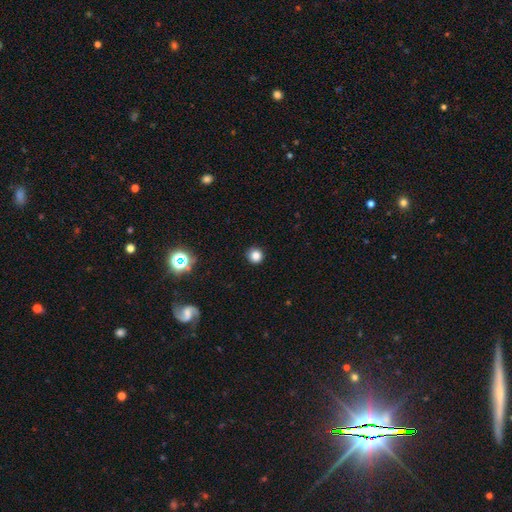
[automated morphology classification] The model was most divided on "smooth or featured": smooth: 82%, star or artifact: 14%, featured or disk: 4%. More confident: how rounded — round (94%); merging — none (92%).